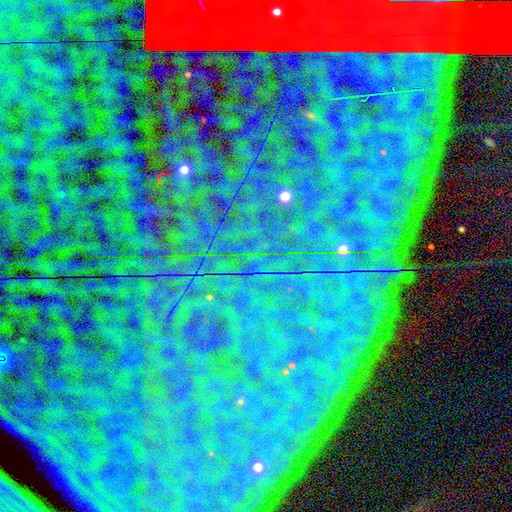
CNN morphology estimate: Smooth or featured?
  - star or artifact: 86% *
  - featured or disk: 7%
  - smooth: 7%